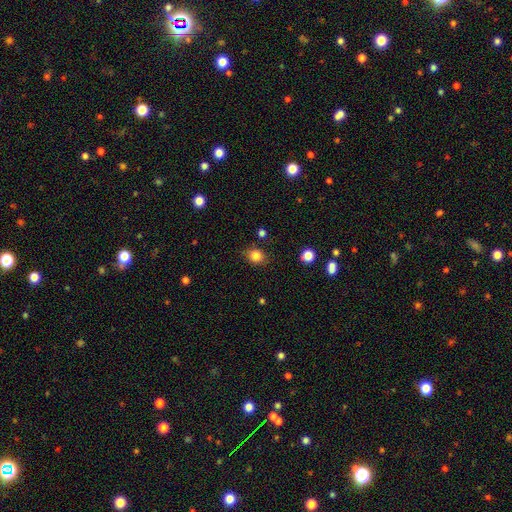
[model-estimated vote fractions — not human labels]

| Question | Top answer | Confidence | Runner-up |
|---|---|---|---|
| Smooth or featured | smooth | 83% | star or artifact (11%) |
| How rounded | round | 68% | in between (31%) |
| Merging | none | 83% | minor disturbance (12%) |